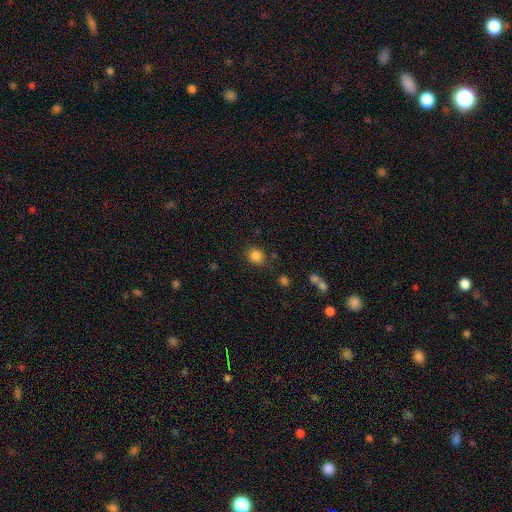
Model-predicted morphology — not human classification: smooth_or_featured: smooth (p=0.84) [alt: star or artifact p=0.11]
how_rounded: round (p=0.54) [alt: in between p=0.45]
merging: none (p=0.79) [alt: minor disturbance p=0.13]